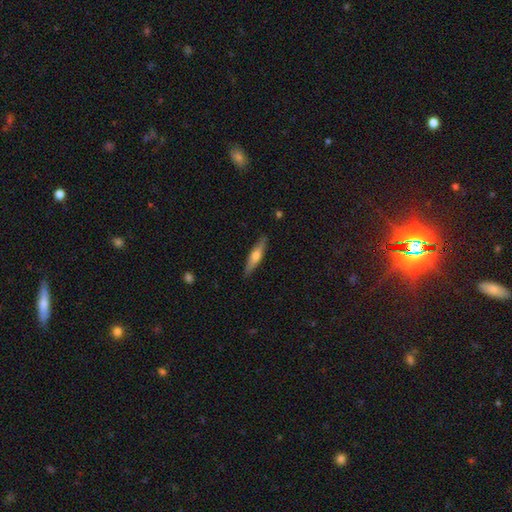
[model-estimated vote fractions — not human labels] Overall: smooth (49%; featured or disk 45%). Merging: none (88%).